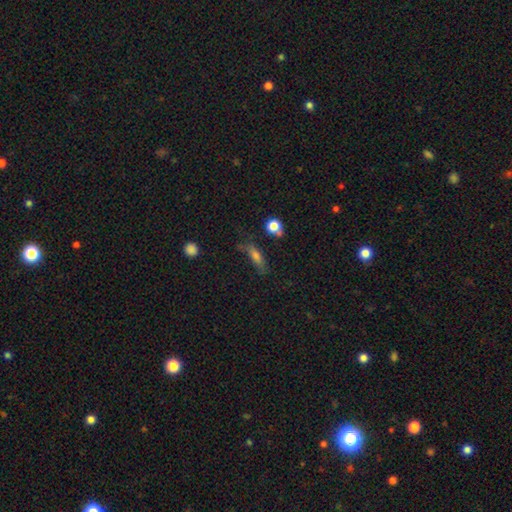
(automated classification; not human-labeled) smooth_or_featured: smooth (p=0.63) [alt: featured or disk p=0.23]
how_rounded: cigar-shaped (p=0.50) [alt: in between p=0.44]
merging: none (p=0.55) [alt: minor disturbance p=0.26]